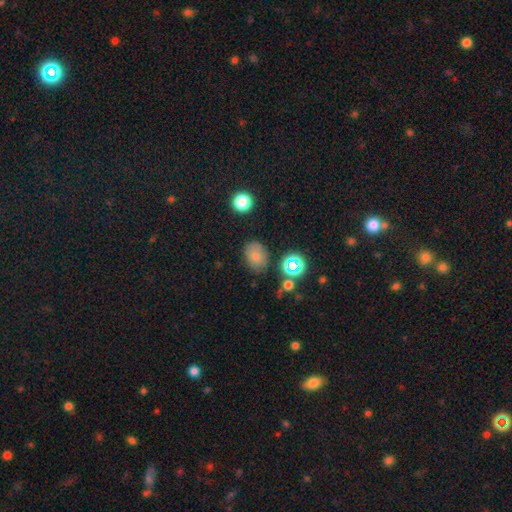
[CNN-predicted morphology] smooth 76%, star or artifact 15%, featured or disk 10%. Down the decision tree: how rounded — in between (70%); merging — none (74%).